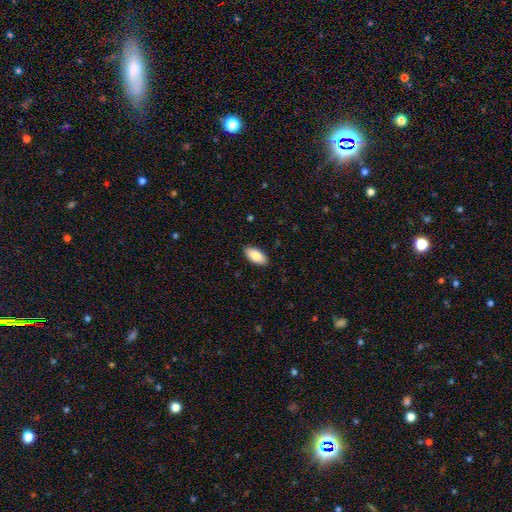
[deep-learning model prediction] This appears to be a smooth galaxy with no disk features (87%) that is in between round and cigar-shaped (94%). Merging: none (89%).